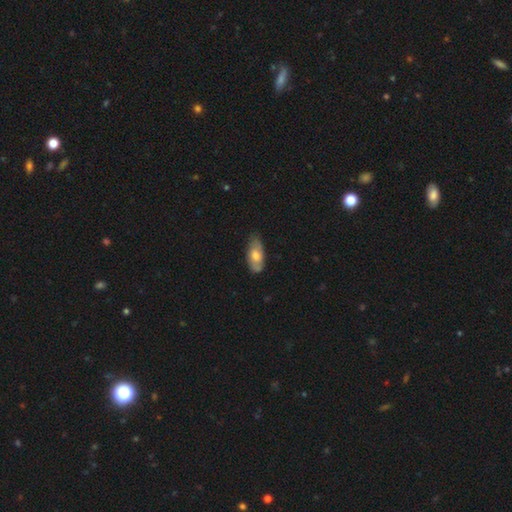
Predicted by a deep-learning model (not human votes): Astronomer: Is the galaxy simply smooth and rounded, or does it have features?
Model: smooth — 59% (runner-up: featured or disk, 35%).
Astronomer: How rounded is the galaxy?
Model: in between — 88%.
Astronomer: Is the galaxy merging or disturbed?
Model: none — 70%.